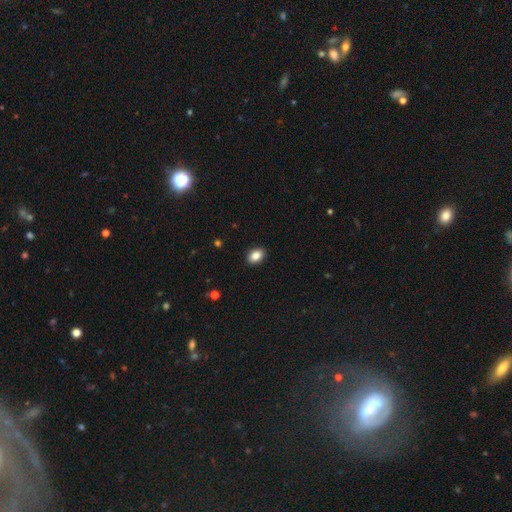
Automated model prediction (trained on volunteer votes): This is clearly a smooth galaxy (86%). How rounded: clearly in between (81%). Merging: clearly none (91%).